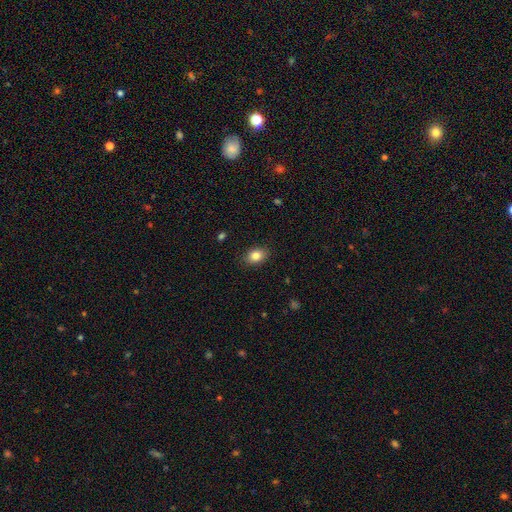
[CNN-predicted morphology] This appears to be a smooth galaxy with no disk features (83%) that is in between round and cigar-shaped (76%). Merging: none (88%).